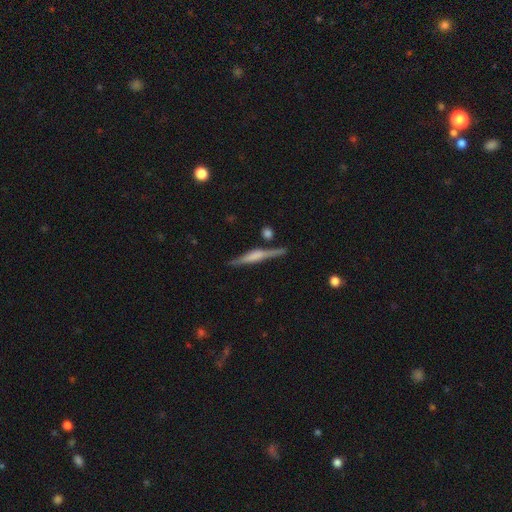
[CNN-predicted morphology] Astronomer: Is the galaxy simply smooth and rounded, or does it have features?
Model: featured or disk — 68%.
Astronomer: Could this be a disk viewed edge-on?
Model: yes — 97%.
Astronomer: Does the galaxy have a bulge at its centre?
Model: rounded — 46% (runner-up: boxy, 40%).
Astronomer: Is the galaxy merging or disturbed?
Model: none — 81%.